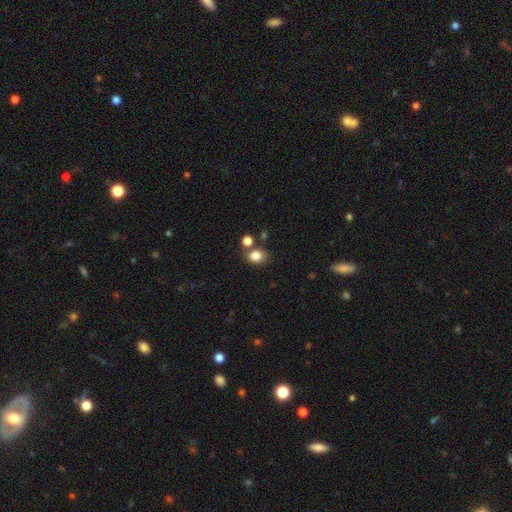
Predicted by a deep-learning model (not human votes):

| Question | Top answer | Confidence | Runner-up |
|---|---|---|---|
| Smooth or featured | smooth | 82% | star or artifact (12%) |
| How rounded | round | 54% | in between (45%) |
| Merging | none | 66% | merger (18%) |